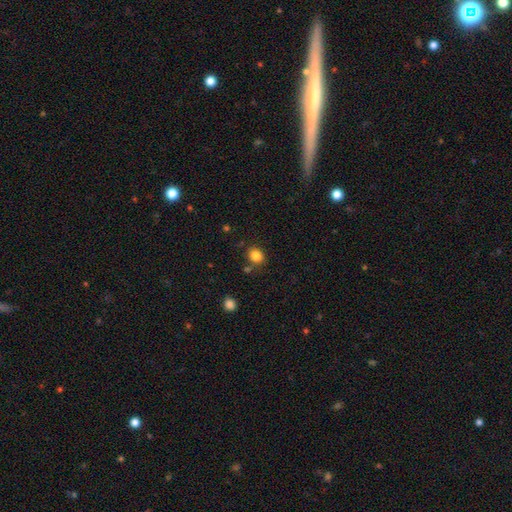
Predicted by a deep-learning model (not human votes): smooth 84%, star or artifact 11%, featured or disk 5%. Down the decision tree: how rounded — round (60%); merging — none (75%).